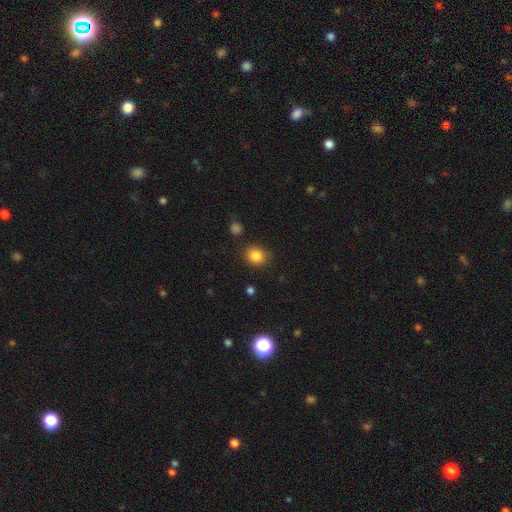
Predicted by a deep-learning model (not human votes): Morphology: type=smooth (85%); roundness=round (66%); merging=none (83%).